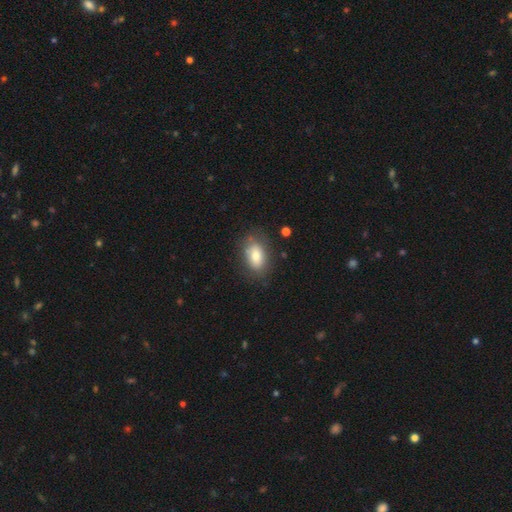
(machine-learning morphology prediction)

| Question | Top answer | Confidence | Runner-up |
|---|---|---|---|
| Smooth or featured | smooth | 77% | featured or disk (15%) |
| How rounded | in between | 89% | round (8%) |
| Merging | none | 77% | minor disturbance (16%) |